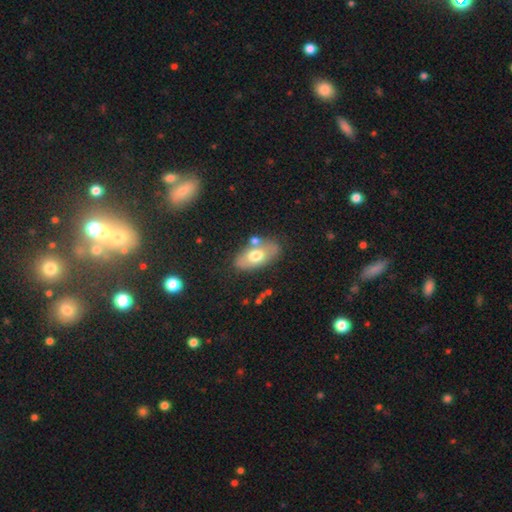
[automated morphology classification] Smooth or featured? smooth (62%)
How rounded? in between (90%)
Merging? none (70%)